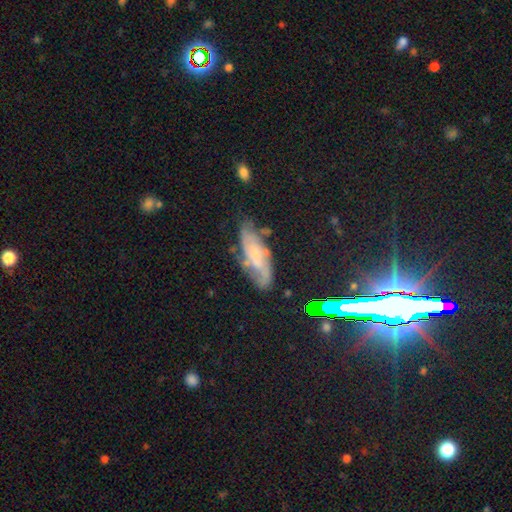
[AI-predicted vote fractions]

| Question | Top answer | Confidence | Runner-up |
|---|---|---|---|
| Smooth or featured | featured or disk | 60% | smooth (29%) |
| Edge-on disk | no | 83% | yes (17%) |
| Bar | no | 65% | weak (28%) |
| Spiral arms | yes | 80% | no (20%) |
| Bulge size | small | 61% | moderate (24%) |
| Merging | none | 56% | minor disturbance (27%) |